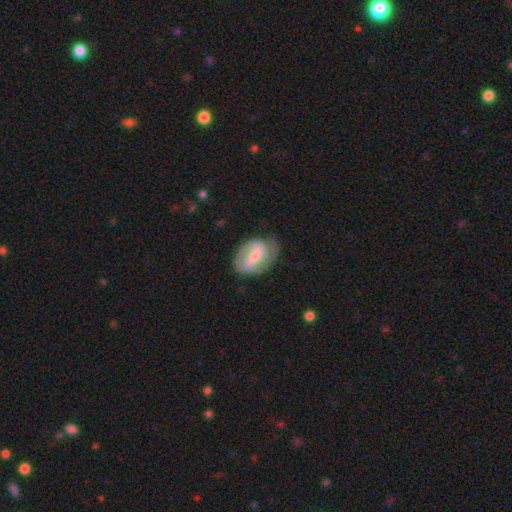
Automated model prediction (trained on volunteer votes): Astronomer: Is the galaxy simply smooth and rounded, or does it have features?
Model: featured or disk — 76%.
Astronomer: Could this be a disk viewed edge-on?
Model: no — 97%.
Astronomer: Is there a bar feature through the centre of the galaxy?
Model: strong — 42%, tied with weak at 42%.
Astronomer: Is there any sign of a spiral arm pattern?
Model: yes — 90%.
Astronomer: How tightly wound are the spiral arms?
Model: tight — 43% (runner-up: medium, 42%).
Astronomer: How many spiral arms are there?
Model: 2 — 77%.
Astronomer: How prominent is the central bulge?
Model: small — 53% (runner-up: moderate, 34%).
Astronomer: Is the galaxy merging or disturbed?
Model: none — 67%.